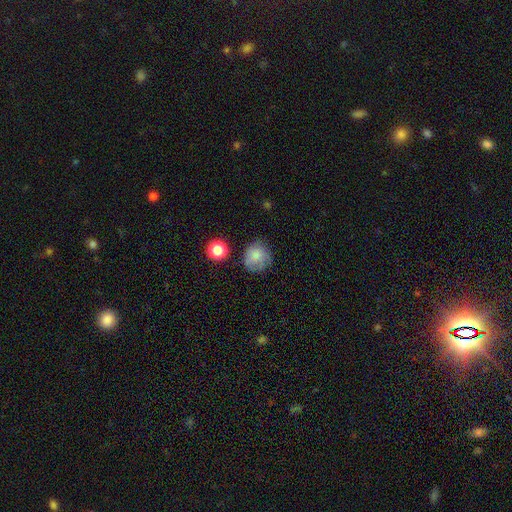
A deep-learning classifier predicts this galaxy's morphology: type=smooth (78%); roundness=round (85%); merging=none (68%).